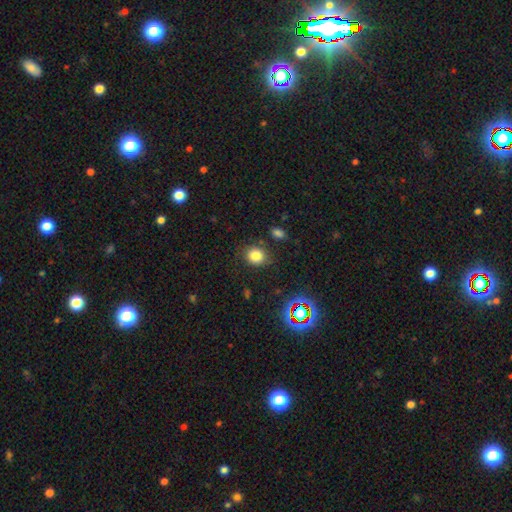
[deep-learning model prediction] This is likely a smooth galaxy (80%). How rounded: likely round (69%). Merging: clearly none (80%).